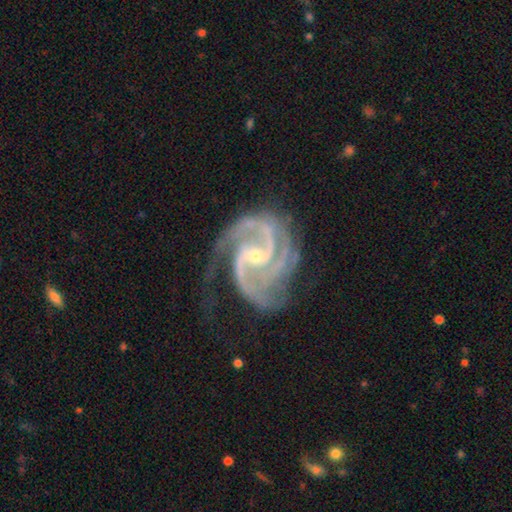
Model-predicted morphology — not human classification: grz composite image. It shows a featured or disk galaxy (94%) with no bar (42%), 3 (39%) medium (50%) spiral arms (99%) and a small central bulge (74%). Merging: none (59%).